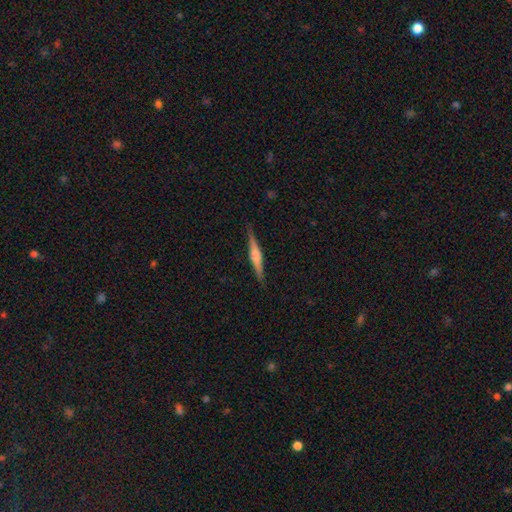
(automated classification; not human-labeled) smooth-or-featured: featured or disk: 63% | smooth: 31% | star or artifact: 6%
  disk-edge-on: yes: 98% | no: 2%
    edge-on-bulge: rounded: 58% | boxy: 29% | none: 13%
  merging: none: 89% | minor disturbance: 8% | major disturbance: 2% | merger: 1%